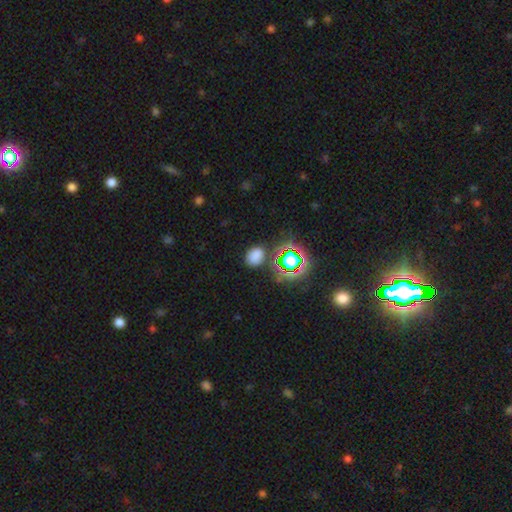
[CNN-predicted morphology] Q: Smooth or featured?
A: smooth (68%); runner-up: star or artifact (26%)
Q: How rounded?
A: in between (62%); runner-up: round (37%)
Q: Merging?
A: none (78%); runner-up: minor disturbance (13%)